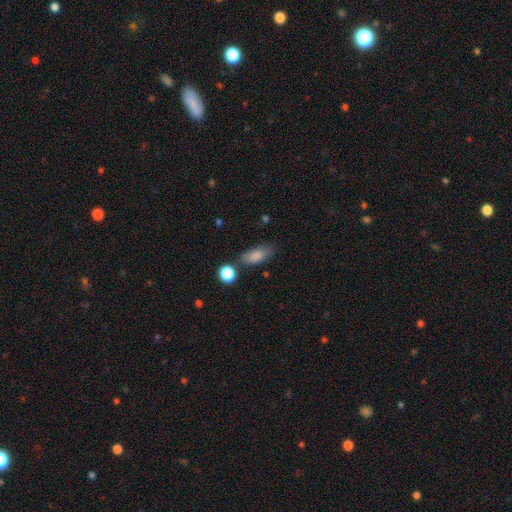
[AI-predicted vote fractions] The model was most divided on "merging": none: 68%, minor disturbance: 21%, merger: 6%, major disturbance: 6%. More confident: smooth or featured — smooth (84%); how rounded — in between (78%).